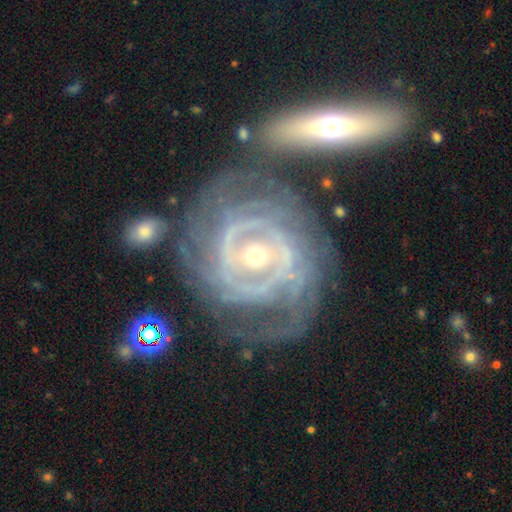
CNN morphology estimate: This is clearly a featured or disk galaxy (91%). It is clearly not viewed edge-on (96%). Bar: possibly no (53%). Spiral arm pattern: clearly yes (96%). Spiral arm count: marginally can't tell (29%). Spiral winding: likely tight (77%). Central bulge: possibly small (50%). Merging: possibly none (56%).